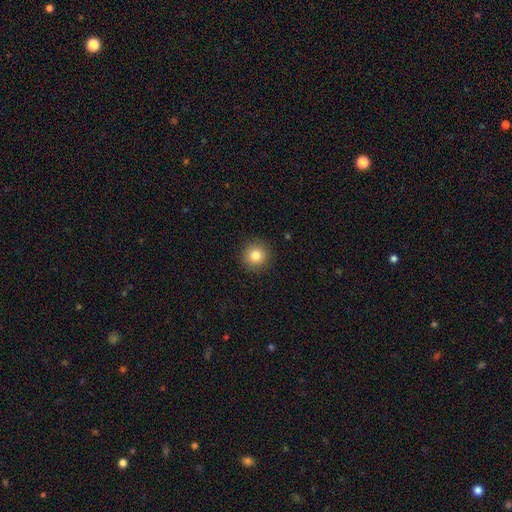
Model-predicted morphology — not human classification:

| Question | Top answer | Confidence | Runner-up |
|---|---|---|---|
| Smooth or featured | smooth | 82% | star or artifact (11%) |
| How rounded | round | 94% | in between (5%) |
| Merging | none | 91% | minor disturbance (6%) |